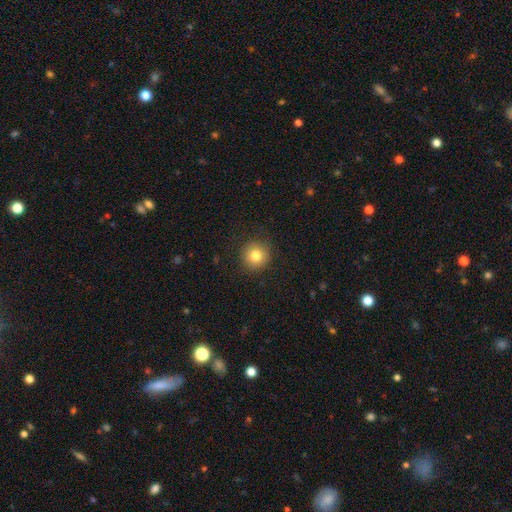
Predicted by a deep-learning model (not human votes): smooth 81%, star or artifact 11%, featured or disk 8%. Down the decision tree: how rounded — round (95%); merging — none (90%).